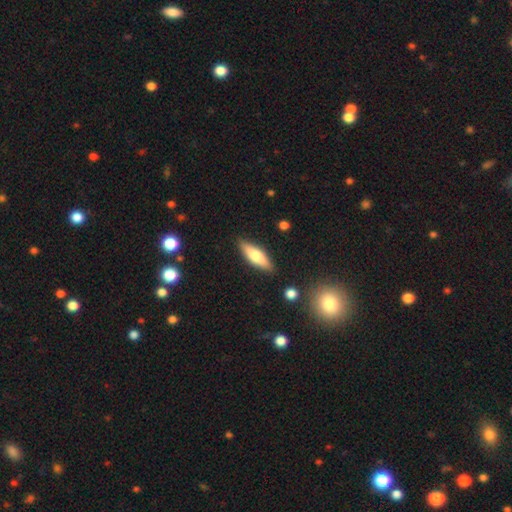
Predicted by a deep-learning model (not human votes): smooth-or-featured: smooth: 62% | featured or disk: 32% | star or artifact: 6%
  how-rounded: cigar-shaped: 51% | in between: 47% | round: 2%
  merging: none: 87% | minor disturbance: 10% | major disturbance: 2% | merger: 2%